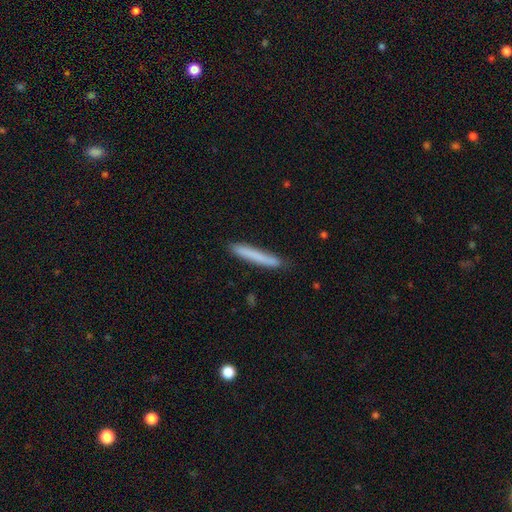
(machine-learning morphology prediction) smooth-or-featured: smooth: 76% | featured or disk: 18% | star or artifact: 6%
  how-rounded: cigar-shaped: 96% | in between: 3% | round: 1%
  merging: none: 87% | minor disturbance: 10% | major disturbance: 2% | merger: 1%